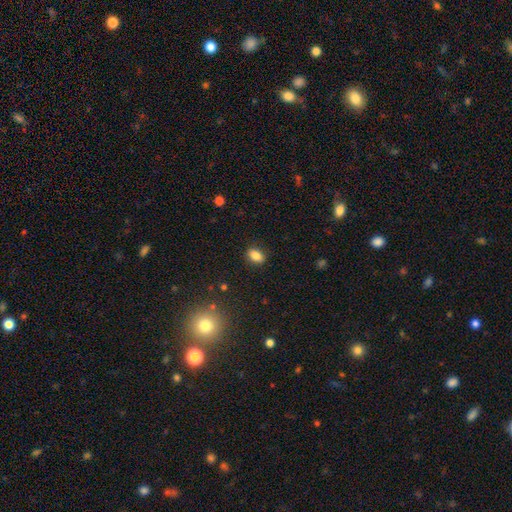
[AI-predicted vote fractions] smooth_or_featured: smooth (p=0.84) [alt: star or artifact p=0.10]
how_rounded: in between (p=0.83) [alt: round p=0.15]
merging: none (p=0.87) [alt: minor disturbance p=0.09]